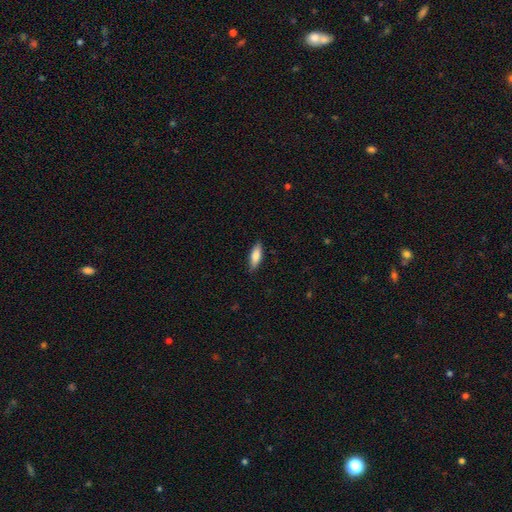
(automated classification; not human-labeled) This is likely a smooth galaxy (78%). How rounded: possibly in between (60%). Merging: clearly none (85%).